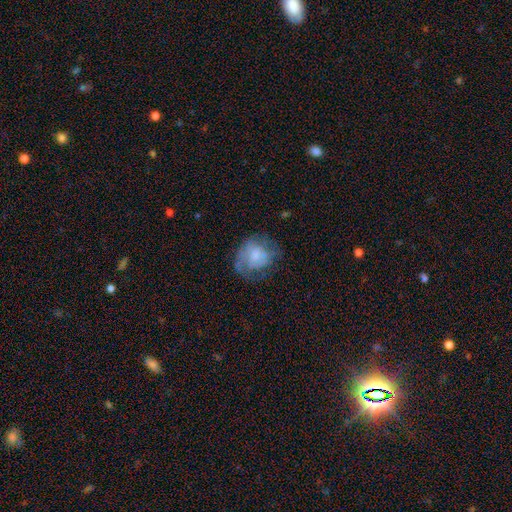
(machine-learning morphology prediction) A featured or disk galaxy (48%). Merging: none (48%).